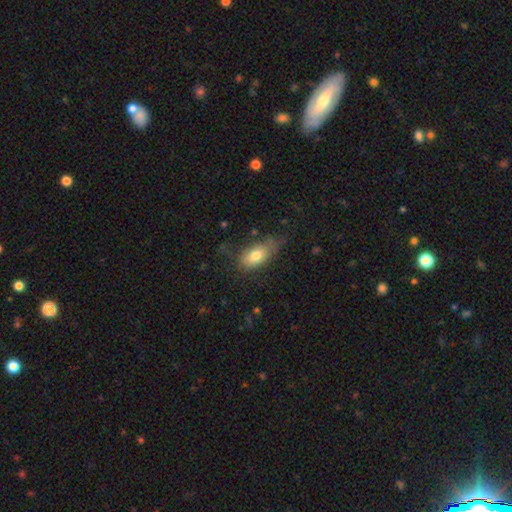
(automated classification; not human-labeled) The model was most divided on "merging": none: 56%, minor disturbance: 30%, major disturbance: 12%, merger: 2%. More confident: how rounded — in between (89%); smooth or featured — smooth (74%).